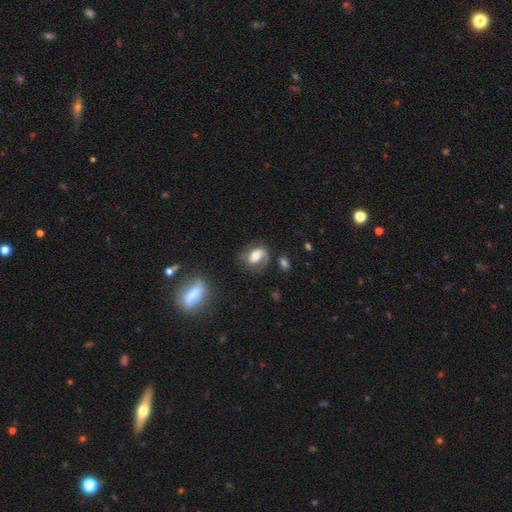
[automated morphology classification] Smooth or featured?
  - featured or disk: 56% *
  - smooth: 36%
  - star or artifact: 8%
Edge-on disk?
  - no: 96% *
  - yes: 4%
Bar?
  - no: 43% *
  - weak: 37%
  - strong: 20%
Spiral arms?
  - yes: 83% *
  - no: 17%
Bulge size?
  - moderate: 53% *
  - large: 26%
  - small: 15%
  - dominant: 3%
  - none: 3%
Merging?
  - none: 55% *
  - minor disturbance: 23%
  - major disturbance: 18%
  - merger: 4%